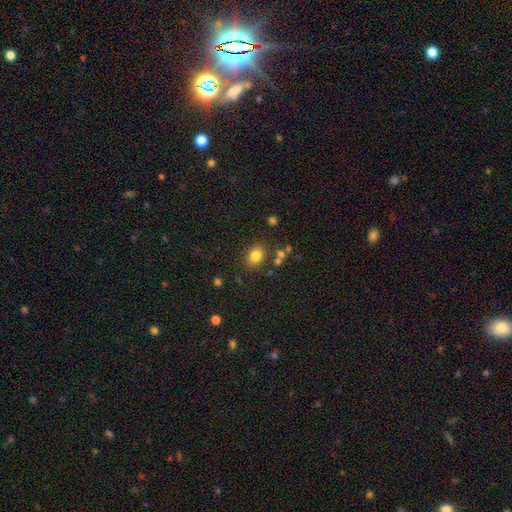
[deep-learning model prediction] Smooth or featured?
  - smooth: 82% *
  - star or artifact: 11%
  - featured or disk: 7%
How rounded?
  - in between: 56% *
  - round: 43%
  - cigar-shaped: 1%
Merging?
  - none: 80% *
  - minor disturbance: 11%
  - merger: 5%
  - major disturbance: 4%